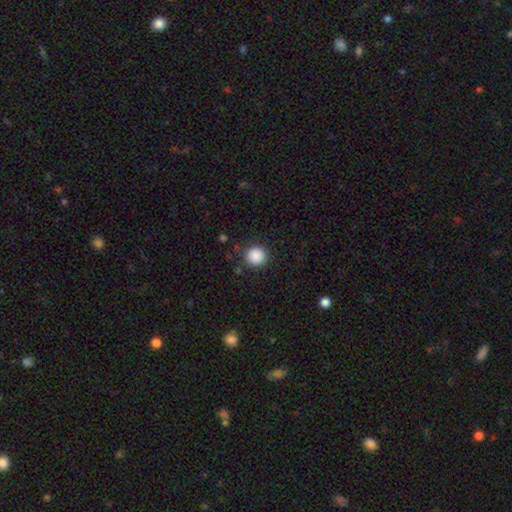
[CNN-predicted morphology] This is clearly a smooth galaxy (88%). How rounded: clearly round (93%). Merging: clearly none (88%).